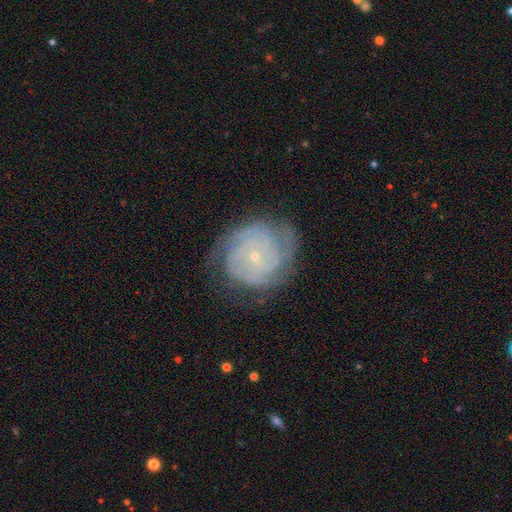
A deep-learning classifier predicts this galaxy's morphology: Smooth or featured: featured or disk — 81% (smooth — 11%)
Edge-on disk: no — 98% (yes — 2%)
Bar: no — 80% (weak — 16%)
Spiral arms: yes — 95% (no — 5%)
Spiral winding: tight — 78% (medium — 18%)
Spiral arm count: can't tell — 32% (4 — 19%)
Bulge size: small — 88% (moderate — 8%)
Merging: none — 73% (minor disturbance — 18%)